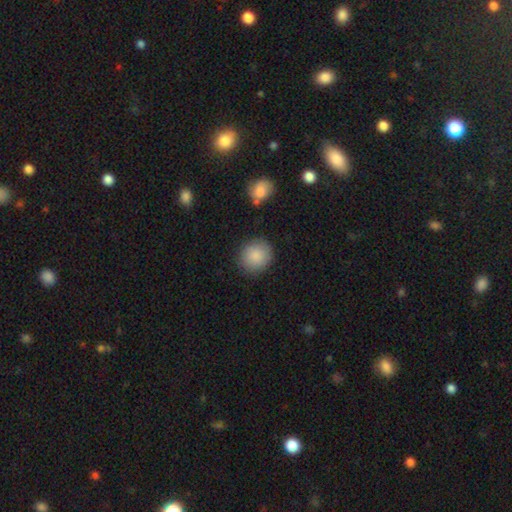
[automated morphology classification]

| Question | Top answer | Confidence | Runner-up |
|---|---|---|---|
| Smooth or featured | smooth | 88% | star or artifact (7%) |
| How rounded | round | 82% | in between (17%) |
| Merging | none | 86% | minor disturbance (9%) |